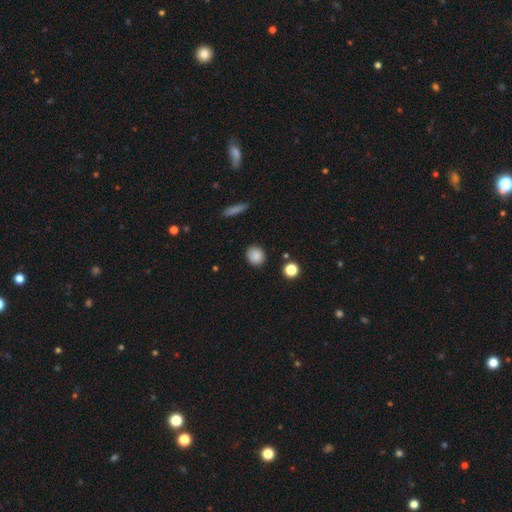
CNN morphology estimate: Q: Smooth or featured?
A: smooth (86%); runner-up: star or artifact (9%)
Q: How rounded?
A: round (80%); runner-up: in between (18%)
Q: Merging?
A: none (87%); runner-up: minor disturbance (9%)